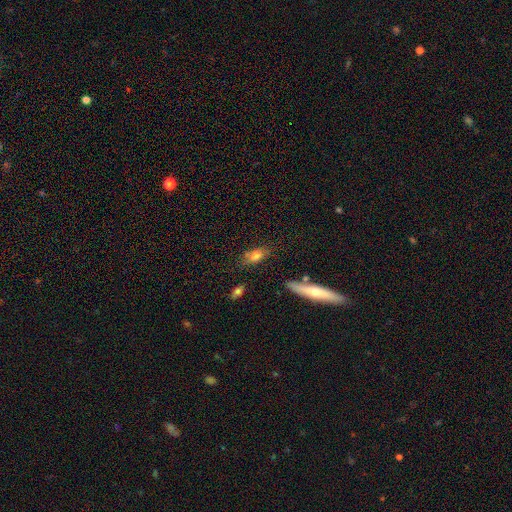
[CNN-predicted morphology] Q: Smooth or featured?
A: smooth (73%); runner-up: featured or disk (18%)
Q: How rounded?
A: in between (78%); runner-up: cigar-shaped (13%)
Q: Merging?
A: none (68%); runner-up: minor disturbance (19%)